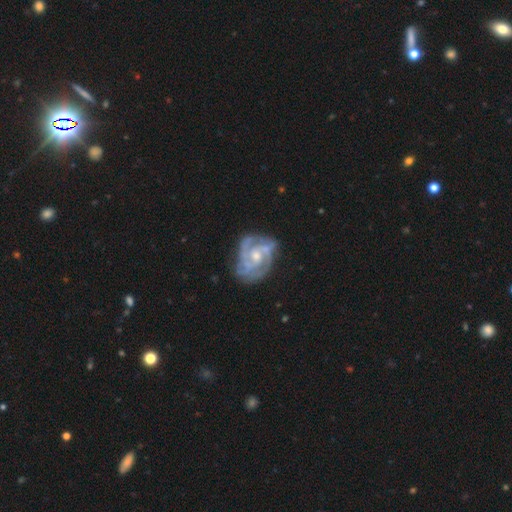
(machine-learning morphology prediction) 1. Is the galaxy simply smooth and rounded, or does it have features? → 88% featured or disk, 7% smooth, 5% star or artifact.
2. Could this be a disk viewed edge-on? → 98% no, 2% yes.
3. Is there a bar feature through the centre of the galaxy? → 60% no, 33% weak, 7% strong.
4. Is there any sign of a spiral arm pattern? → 96% yes, 4% no.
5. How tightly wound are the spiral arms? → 52% tight, 40% medium, 8% loose.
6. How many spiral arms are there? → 35% 3, 29% 2, 17% can't tell, 9% 4, 5% 1, 5% more than 4.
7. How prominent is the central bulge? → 55% moderate, 38% small, 3% large, 3% none, 1% dominant.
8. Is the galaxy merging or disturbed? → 66% none, 22% minor disturbance, 10% major disturbance, 2% merger.